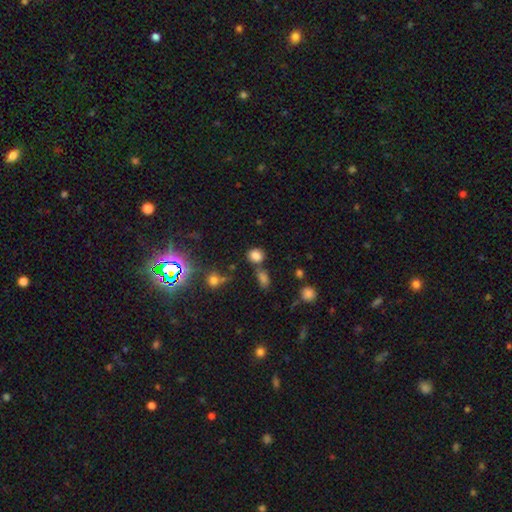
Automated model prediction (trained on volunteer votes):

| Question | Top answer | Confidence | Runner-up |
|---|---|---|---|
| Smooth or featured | smooth | 79% | star or artifact (15%) |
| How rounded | round | 55% | in between (44%) |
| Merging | none | 63% | merger (20%) |